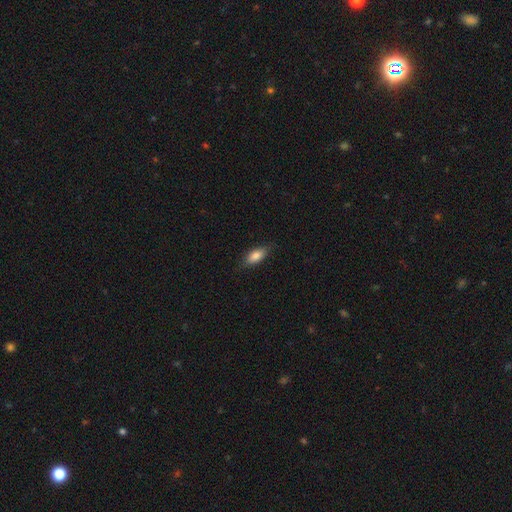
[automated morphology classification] A smooth galaxy with no disk features (81%) that is in between round and cigar-shaped (80%). Merging: none (80%).